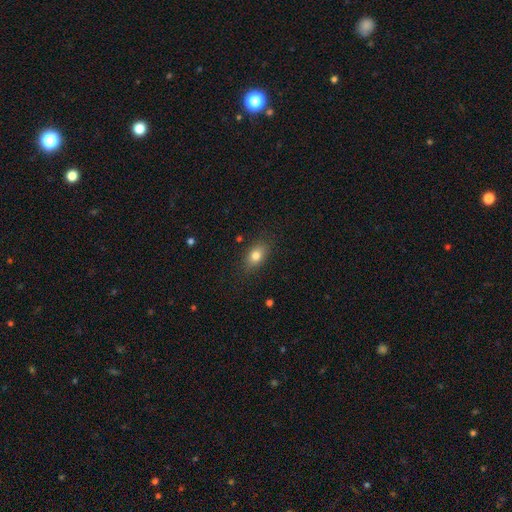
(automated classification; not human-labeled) Morphology: type=smooth (79%); roundness=in between (83%); merging=none (83%).